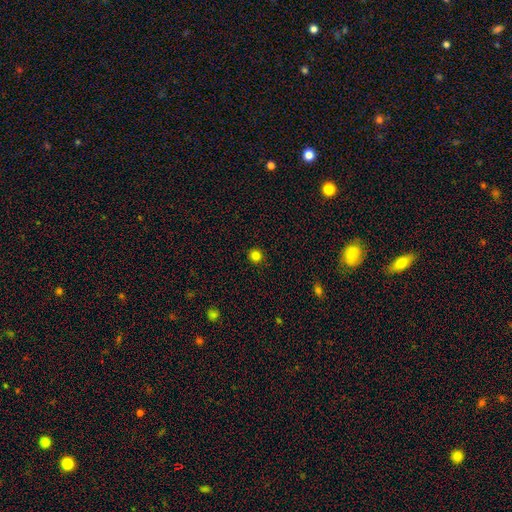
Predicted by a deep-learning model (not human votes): Q: Smooth or featured?
A: smooth (83%); runner-up: star or artifact (13%)
Q: How rounded?
A: round (94%); runner-up: in between (5%)
Q: Merging?
A: none (93%); runner-up: minor disturbance (5%)